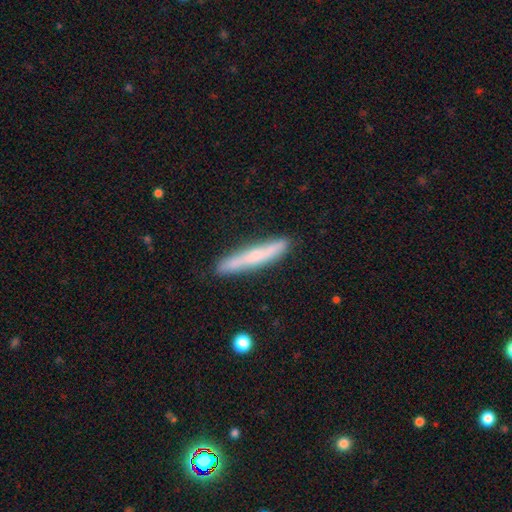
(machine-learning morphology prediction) This is possibly a smooth galaxy (54%). How rounded: clearly cigar-shaped (95%). Merging: clearly none (86%).